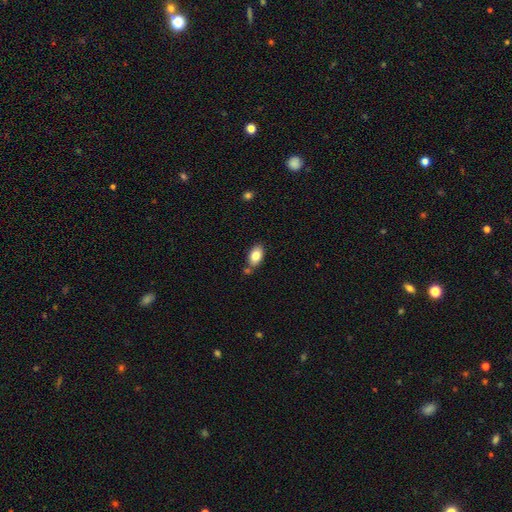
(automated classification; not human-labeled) Q: Smooth or featured?
A: smooth (82%); runner-up: featured or disk (10%)
Q: How rounded?
A: in between (91%); runner-up: round (7%)
Q: Merging?
A: none (71%); runner-up: minor disturbance (15%)